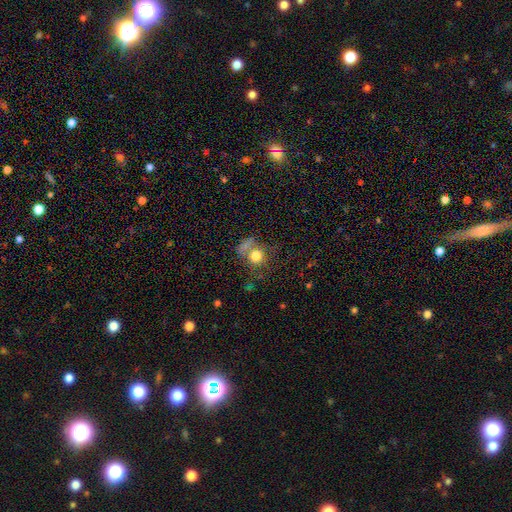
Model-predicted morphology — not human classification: This is likely a smooth galaxy (76%). How rounded: likely round (80%). Merging: possibly none (49%).